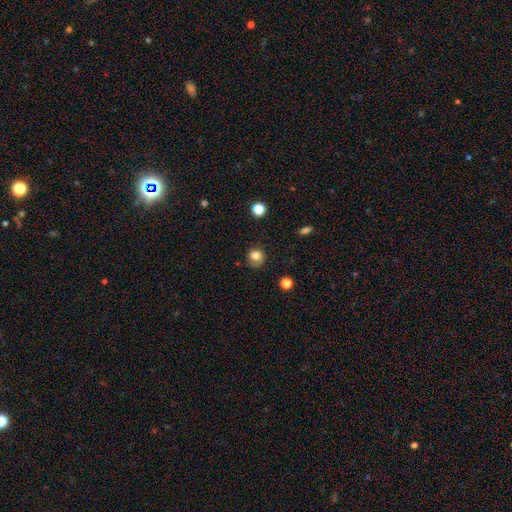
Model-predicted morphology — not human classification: Smooth or featured? smooth (81%)
How rounded? round (85%)
Merging? none (74%)